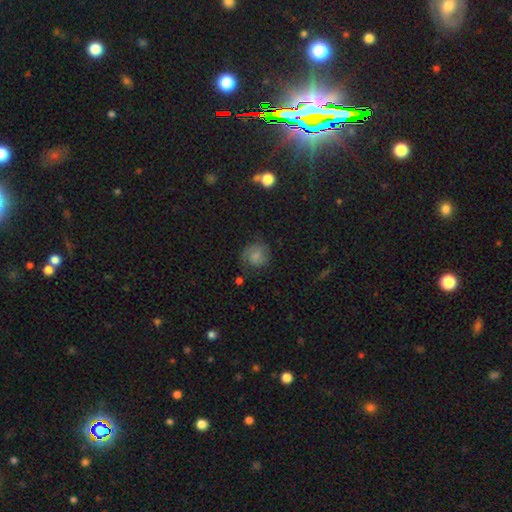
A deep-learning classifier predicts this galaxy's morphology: This appears to be a smooth galaxy with no disk features (56%) that is round (78%). Merging: none (63%).